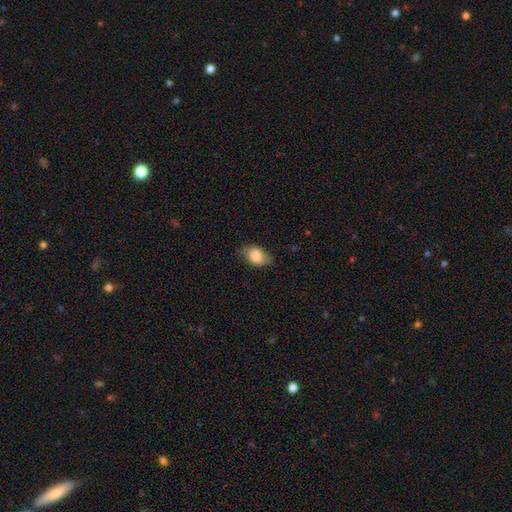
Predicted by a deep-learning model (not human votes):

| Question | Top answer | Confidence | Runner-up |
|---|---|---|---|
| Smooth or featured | smooth | 81% | featured or disk (12%) |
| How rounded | in between | 85% | round (13%) |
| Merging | none | 73% | minor disturbance (21%) |